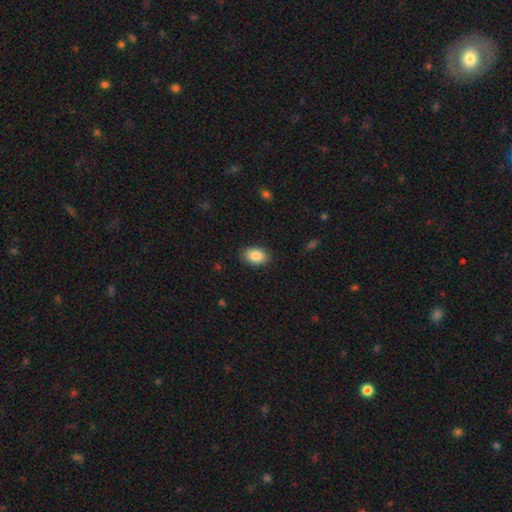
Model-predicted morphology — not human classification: smooth 87%, star or artifact 7%, featured or disk 5%. Down the decision tree: how rounded — in between (88%); merging — none (87%).